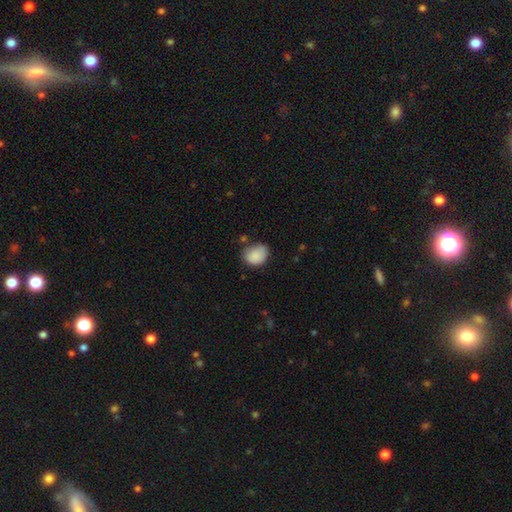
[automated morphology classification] smooth 86%, star or artifact 8%, featured or disk 6%. Down the decision tree: how rounded — in between (53%); merging — none (58%).